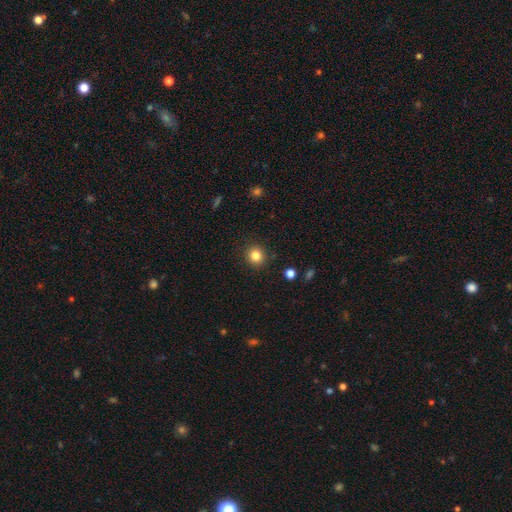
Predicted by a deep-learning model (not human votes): smooth 83%, star or artifact 12%, featured or disk 6%. Down the decision tree: how rounded — round (90%); merging — none (91%).